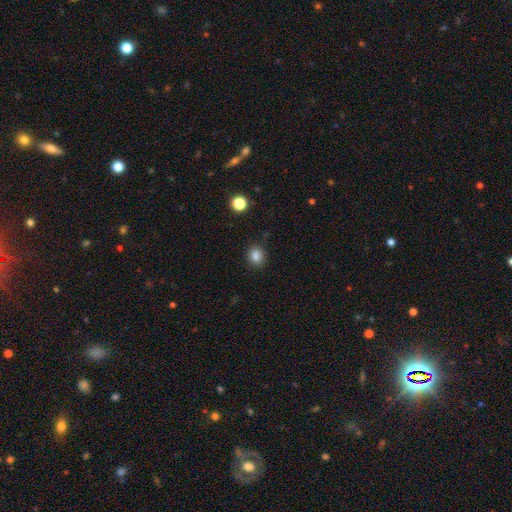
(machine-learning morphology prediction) type=smooth (84%); roundness=round (74%); merging=none (88%).